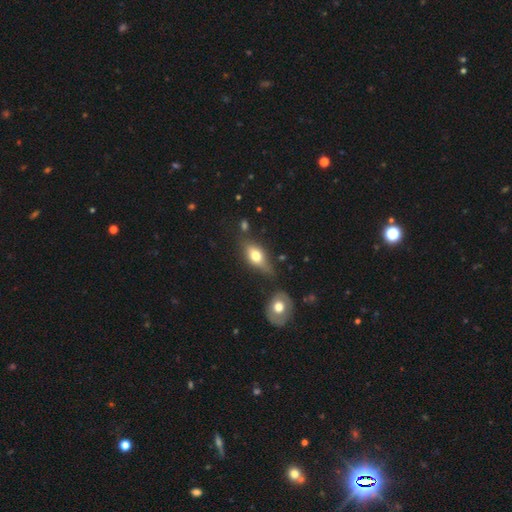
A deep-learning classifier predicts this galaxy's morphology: smooth_or_featured: smooth (p=0.61) [alt: featured or disk p=0.30]
how_rounded: in between (p=0.78) [alt: cigar-shaped p=0.13]
merging: none (p=0.61) [alt: minor disturbance p=0.21]